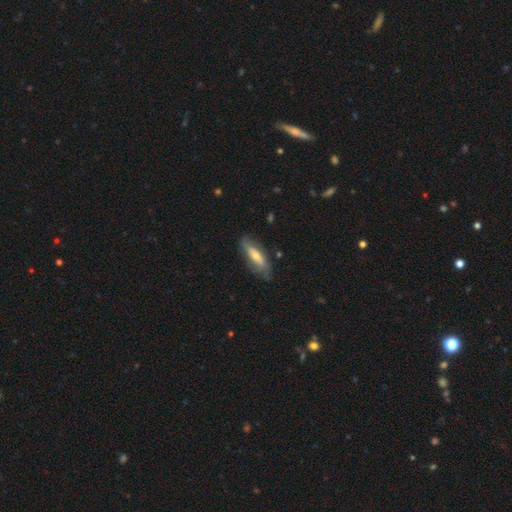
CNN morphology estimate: Smooth or featured?
  - smooth: 50% *
  - featured or disk: 44%
  - star or artifact: 6%
How rounded?
  - cigar-shaped: 51% *
  - in between: 47%
  - round: 2%
Merging?
  - none: 77% *
  - minor disturbance: 18%
  - major disturbance: 4%
  - merger: 1%